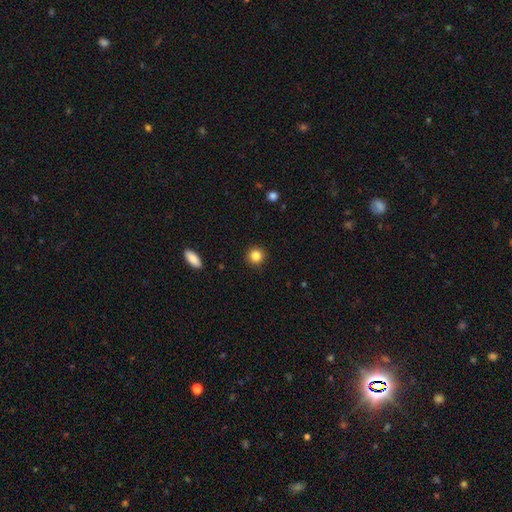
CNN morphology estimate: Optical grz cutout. It shows a smooth galaxy with no disk features (85%) that is round (94%). Merging: none (91%).